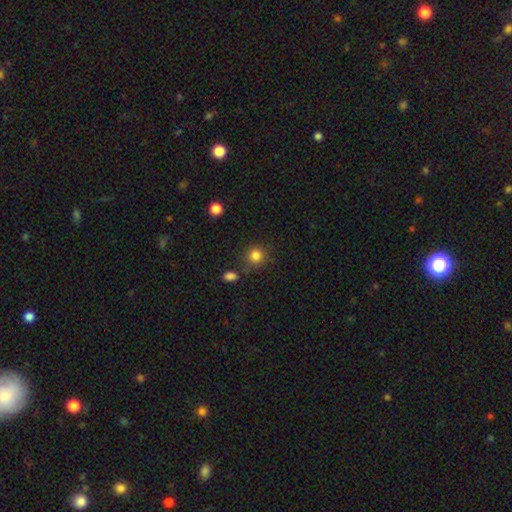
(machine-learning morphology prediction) A smooth galaxy with no disk features (84%) that is round (88%). Merging: none (78%).